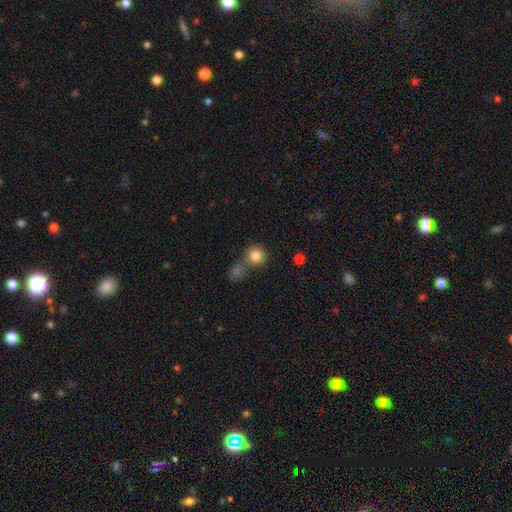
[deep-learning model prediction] Overall: smooth (83%). How rounded: round (87%). Merging: none (51%; merger 34%).